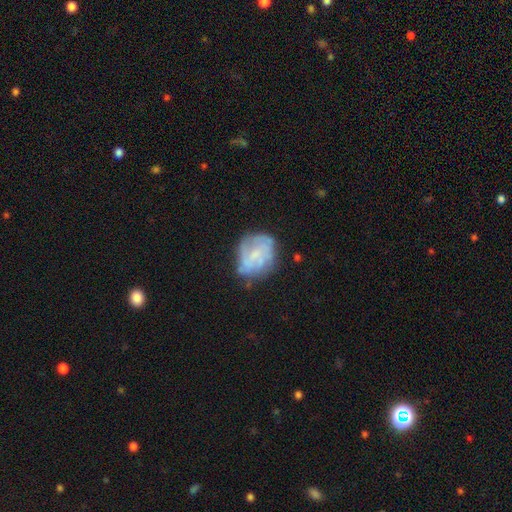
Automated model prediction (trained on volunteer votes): Smooth or featured? Predicted: featured or disk (p=0.58). Edge-on disk? Predicted: no (p=0.98). Bar? Predicted: no (p=0.61). Spiral arms? Predicted: yes (p=0.63). Bulge size? Predicted: small (p=0.45). Merging? Predicted: none (p=0.56).